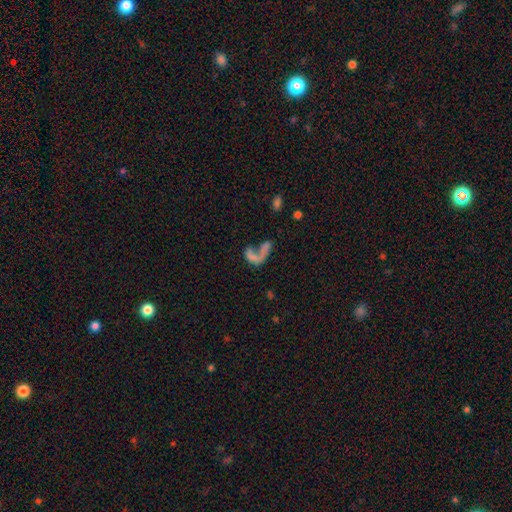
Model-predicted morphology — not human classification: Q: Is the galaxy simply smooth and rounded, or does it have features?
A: smooth — 43%.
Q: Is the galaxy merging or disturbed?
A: major disturbance — 38%.